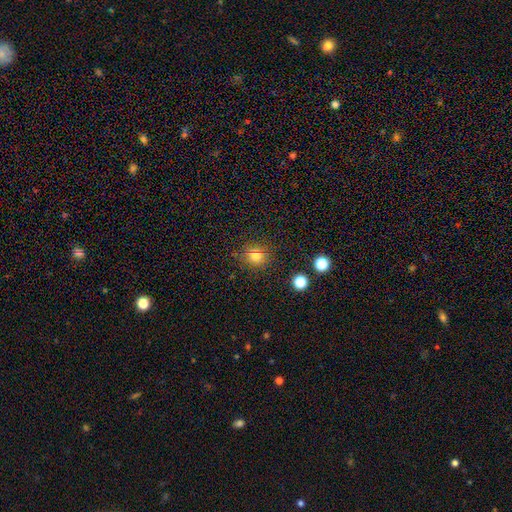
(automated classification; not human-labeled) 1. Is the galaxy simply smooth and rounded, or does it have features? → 80% smooth, 14% star or artifact, 7% featured or disk.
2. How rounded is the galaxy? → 84% round, 15% in between, 1% cigar-shaped.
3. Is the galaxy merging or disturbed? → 86% none, 9% minor disturbance, 3% major disturbance, 2% merger.